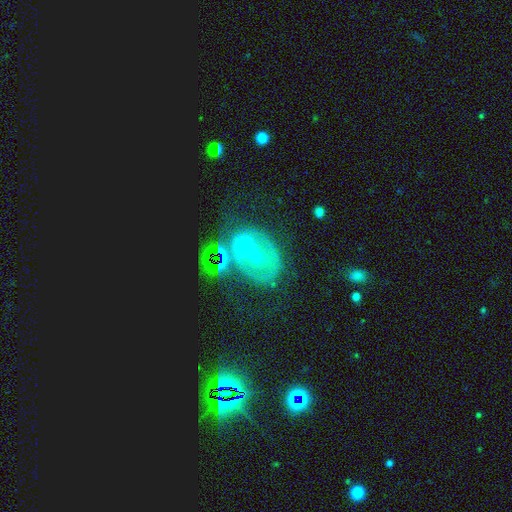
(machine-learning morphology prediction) Smooth or featured?
  - featured or disk: 49% *
  - star or artifact: 27%
  - smooth: 24%
Merging?
  - none: 41% *
  - merger: 25%
  - major disturbance: 17%
  - minor disturbance: 17%